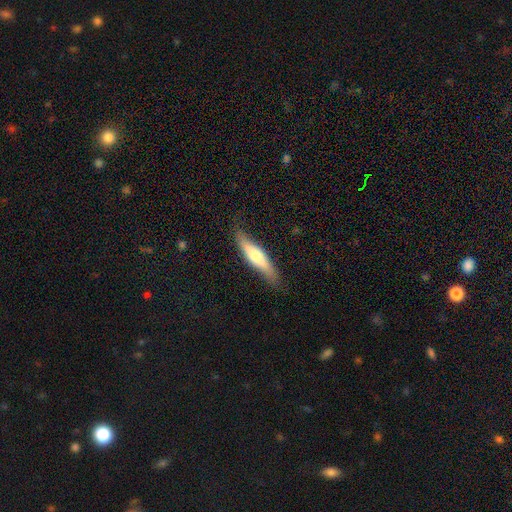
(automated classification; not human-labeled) smooth-or-featured: smooth: 55% | featured or disk: 39% | star or artifact: 5%
  how-rounded: cigar-shaped: 78% | in between: 20% | round: 2%
  merging: none: 79% | minor disturbance: 16% | major disturbance: 3% | merger: 1%